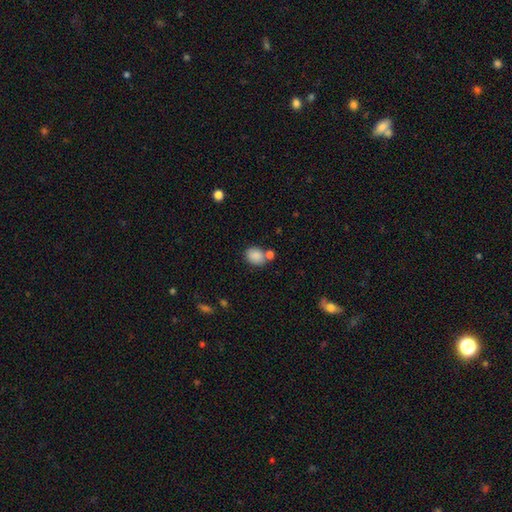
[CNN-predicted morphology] This is clearly a smooth galaxy (86%). How rounded: possibly in between (56%). Merging: likely none (61%).